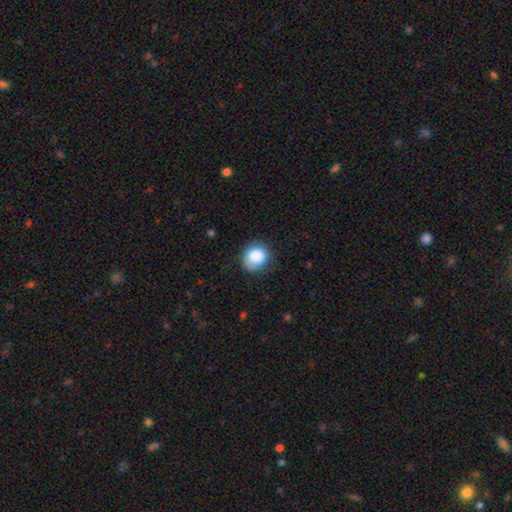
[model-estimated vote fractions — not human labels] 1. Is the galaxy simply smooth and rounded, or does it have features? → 85% smooth, 8% star or artifact, 7% featured or disk.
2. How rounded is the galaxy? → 74% round, 26% in between, 1% cigar-shaped.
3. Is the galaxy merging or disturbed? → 68% none, 24% minor disturbance, 7% major disturbance, 2% merger.